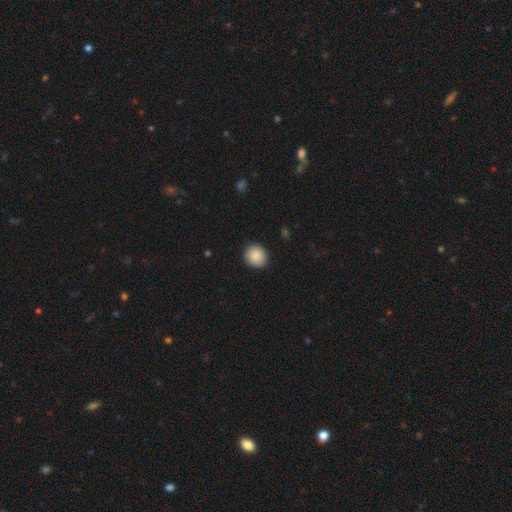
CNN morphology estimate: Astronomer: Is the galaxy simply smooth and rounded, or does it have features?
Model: smooth — 88%.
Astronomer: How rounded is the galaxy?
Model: round — 88%.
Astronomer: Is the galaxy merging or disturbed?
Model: none — 89%.